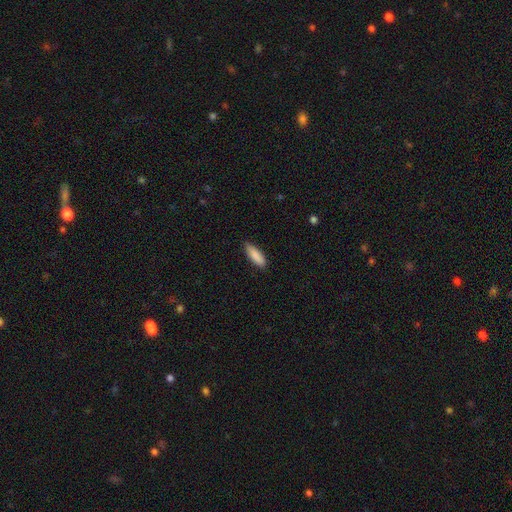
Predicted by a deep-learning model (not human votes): Overall: smooth (88%). How rounded: in between (51%; cigar-shaped 48%). Merging: none (84%).